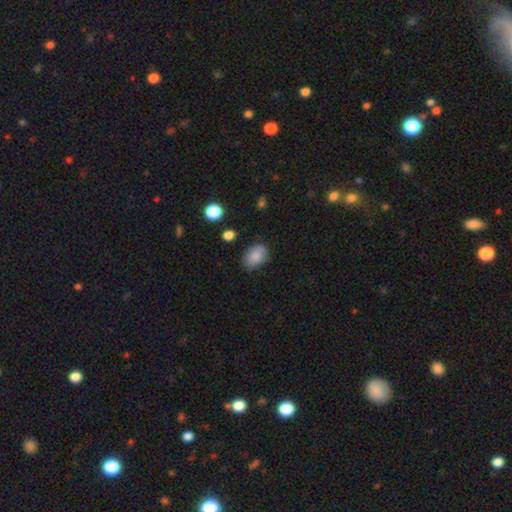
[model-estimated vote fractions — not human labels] Smooth or featured: smooth — 86% (star or artifact — 8%)
How rounded: in between — 83% (round — 16%)
Merging: none — 79% (minor disturbance — 15%)